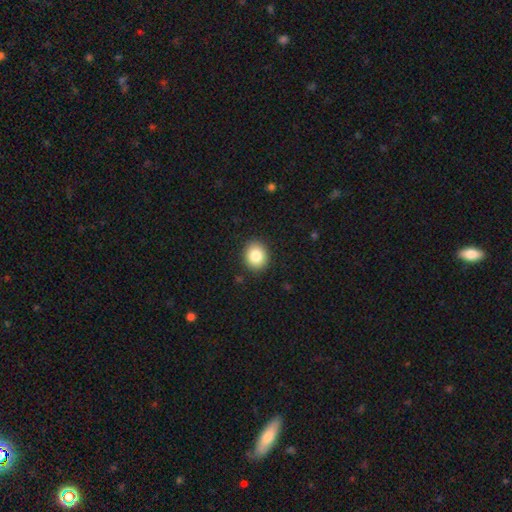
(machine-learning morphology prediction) The model was most divided on "how rounded": round: 67%, in between: 33%, cigar-shaped: 1%. More confident: merging — none (90%); smooth or featured — smooth (83%).